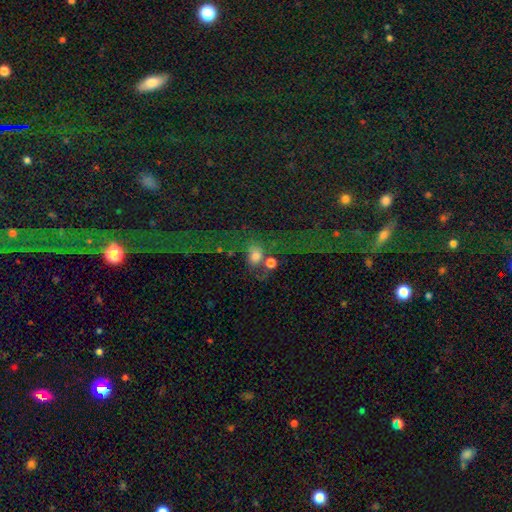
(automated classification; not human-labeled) smooth-or-featured: smooth: 60% | featured or disk: 21% | star or artifact: 19%
  how-rounded: round: 54% | in between: 43% | cigar-shaped: 2%
  merging: none: 36% | merger: 28% | major disturbance: 22% | minor disturbance: 14%